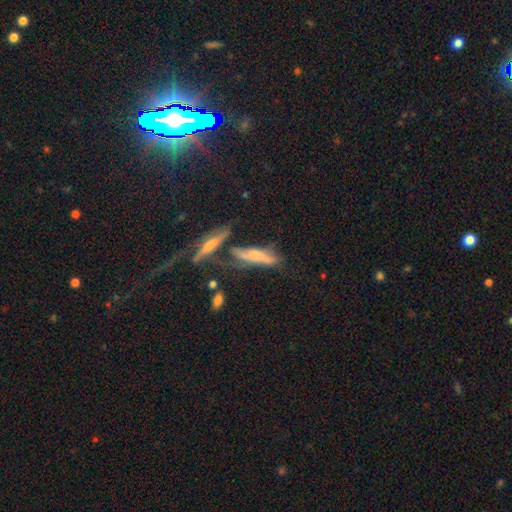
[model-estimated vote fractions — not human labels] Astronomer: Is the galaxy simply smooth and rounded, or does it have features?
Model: smooth — 49% (runner-up: featured or disk, 39%).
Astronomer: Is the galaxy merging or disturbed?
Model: none — 39% (runner-up: merger, 30%).